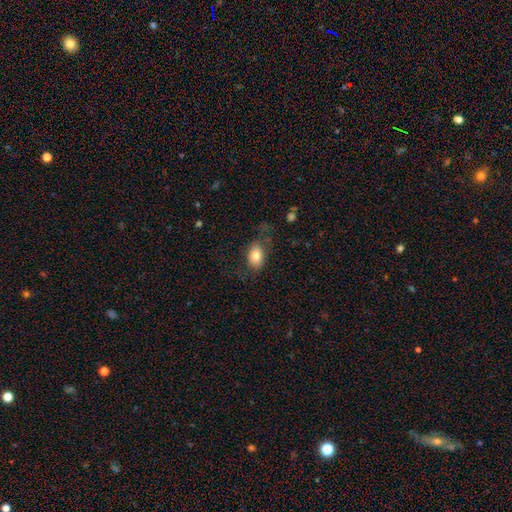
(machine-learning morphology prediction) smooth_or_featured: smooth (p=0.79) [alt: featured or disk p=0.13]
how_rounded: in between (p=0.83) [alt: round p=0.16]
merging: none (p=0.70) [alt: minor disturbance p=0.18]